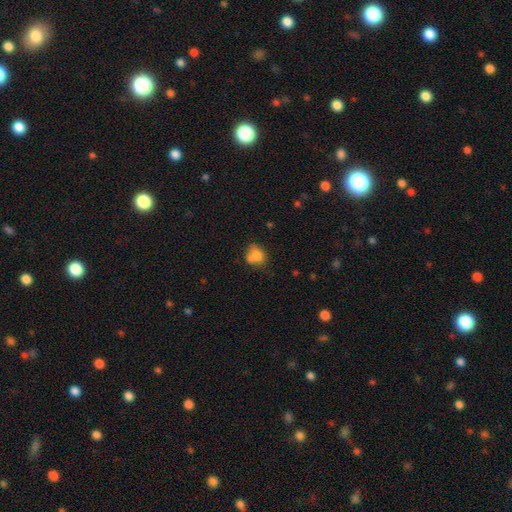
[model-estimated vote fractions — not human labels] smooth_or_featured: smooth (p=0.77) [alt: featured or disk p=0.13]
how_rounded: round (p=0.61) [alt: in between p=0.38]
merging: none (p=0.45) [alt: merger p=0.24]